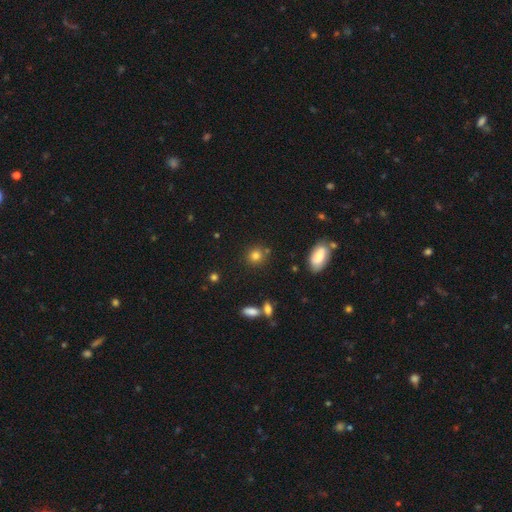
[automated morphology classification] type=smooth (80%); roundness=round (84%); merging=none (80%).